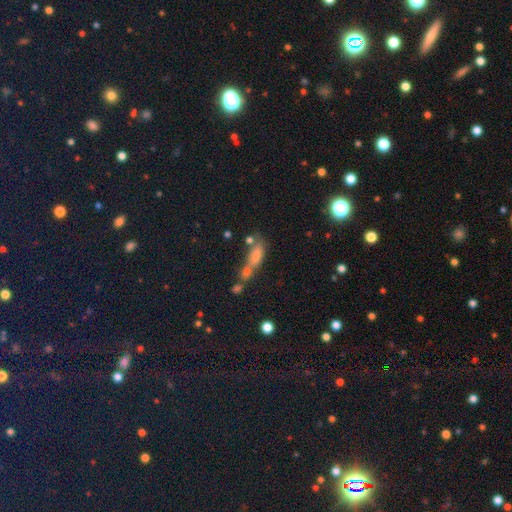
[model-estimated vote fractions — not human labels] A smooth galaxy with no disk features (57%) that is in between round and cigar-shaped (51%). Merging: merger (43%).